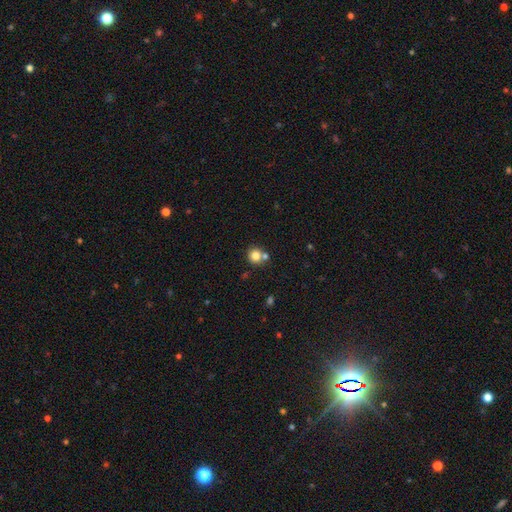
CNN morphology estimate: A smooth galaxy with no disk features (80%) that is round (89%).

Vote fractions:
- Smooth or featured? smooth: 80% / star or artifact: 12% / featured or disk: 8%
- How rounded? round: 89% / in between: 10% / cigar-shaped: 1%
- Merging? none: 65% / merger: 24% / minor disturbance: 9% / major disturbance: 3%